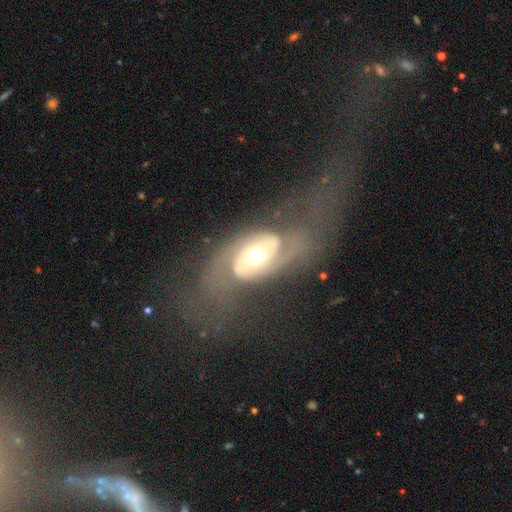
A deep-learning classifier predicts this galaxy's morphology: smooth-or-featured: featured or disk: 87% | smooth: 8% | star or artifact: 5%
  disk-edge-on: no: 96% | yes: 4%
    bar: no: 52% | weak: 32% | strong: 17%
    has-spiral-arms: yes: 95% | no: 5%
      spiral-winding: medium: 45% | loose: 33% | tight: 22%
      spiral-arm-count: 2: 88% | can't tell: 4% | 1: 3% | 3: 2% | 4: 1% | more than 4: 1%
    bulge-size: moderate: 68% | small: 15% | large: 14% | dominant: 2% | none: 1%
  merging: none: 49% | major disturbance: 30% | minor disturbance: 17% | merger: 3%